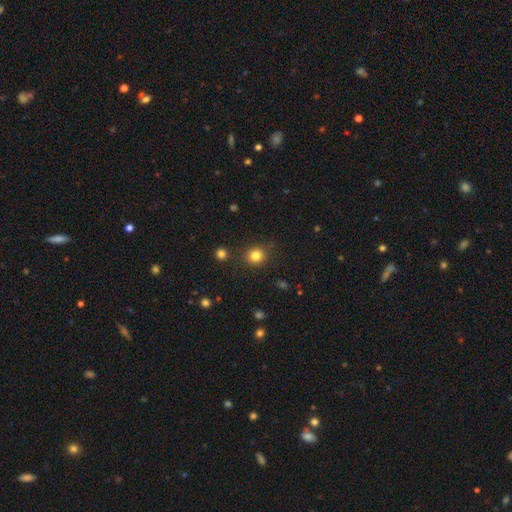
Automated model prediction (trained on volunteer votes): smooth-or-featured: smooth: 82% | star or artifact: 13% | featured or disk: 5%
  how-rounded: round: 85% | in between: 14% | cigar-shaped: 1%
  merging: none: 85% | minor disturbance: 9% | merger: 3% | major disturbance: 3%